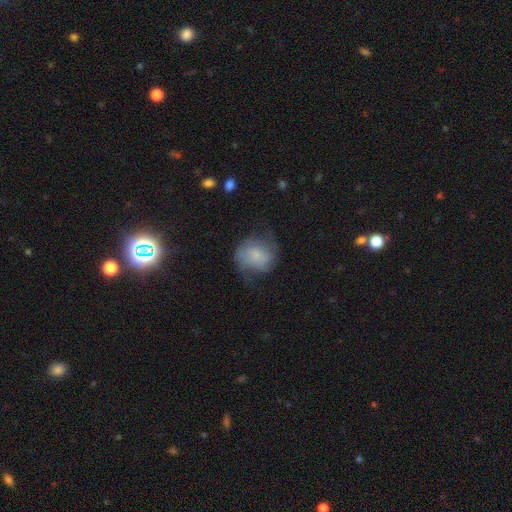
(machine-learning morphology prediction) Smooth or featured: smooth — 52% (featured or disk — 39%)
How rounded: round — 68% (in between — 31%)
Merging: none — 52% (minor disturbance — 27%)